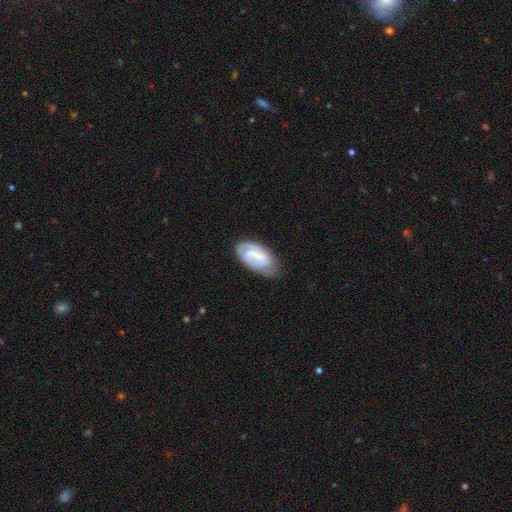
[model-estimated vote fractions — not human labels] Q: Smooth or featured?
A: featured or disk (56%); runner-up: smooth (38%)
Q: Edge-on disk?
A: no (95%); runner-up: yes (5%)
Q: Bar?
A: weak (44%); runner-up: strong (30%)
Q: Spiral arms?
A: yes (80%); runner-up: no (20%)
Q: Bulge size?
A: small (39%); runner-up: none (36%)
Q: Merging?
A: none (59%); runner-up: minor disturbance (29%)